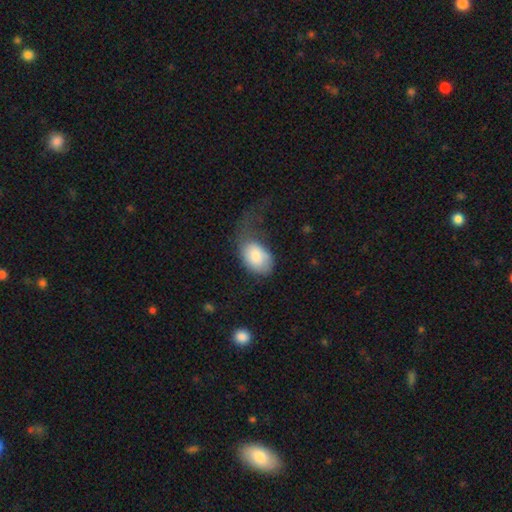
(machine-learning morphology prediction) smooth 80%, featured or disk 14%, star or artifact 6%. Down the decision tree: how rounded — in between (86%); merging — major disturbance (47%).